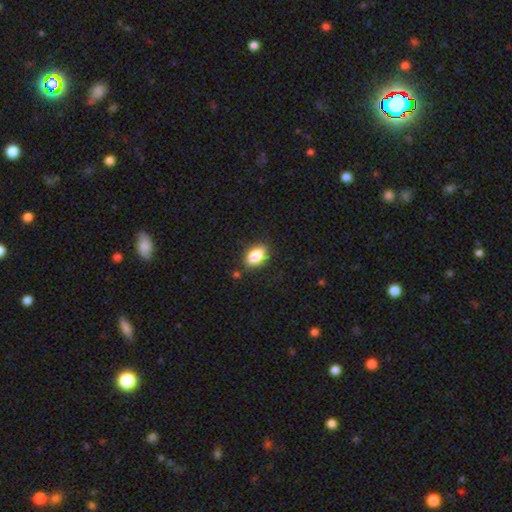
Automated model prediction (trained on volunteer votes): Q: Smooth or featured?
A: smooth (86%); runner-up: star or artifact (8%)
Q: How rounded?
A: in between (88%); runner-up: round (10%)
Q: Merging?
A: none (85%); runner-up: minor disturbance (11%)